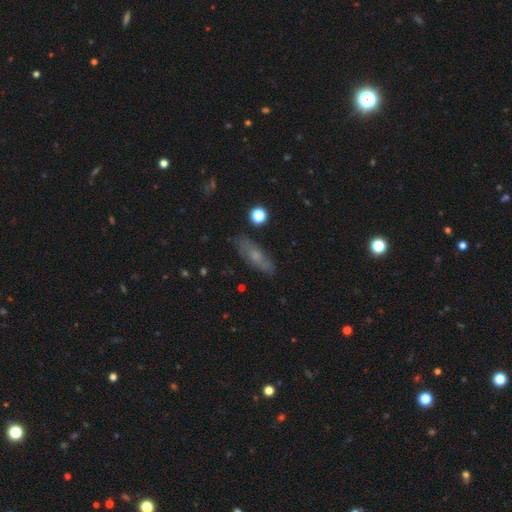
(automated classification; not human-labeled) Smooth or featured: smooth — 51% (featured or disk — 36%)
How rounded: cigar-shaped — 50% (in between — 46%)
Merging: none — 81% (minor disturbance — 13%)